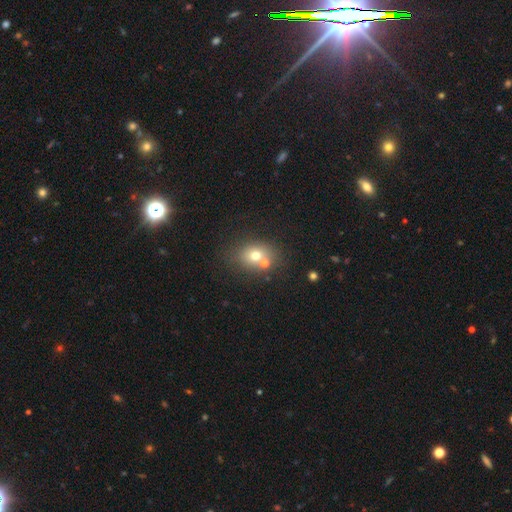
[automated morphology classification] smooth-or-featured: smooth: 69% | featured or disk: 17% | star or artifact: 14%
  how-rounded: in between: 50% | round: 49% | cigar-shaped: 1%
  merging: none: 57% | merger: 27% | minor disturbance: 11% | major disturbance: 4%